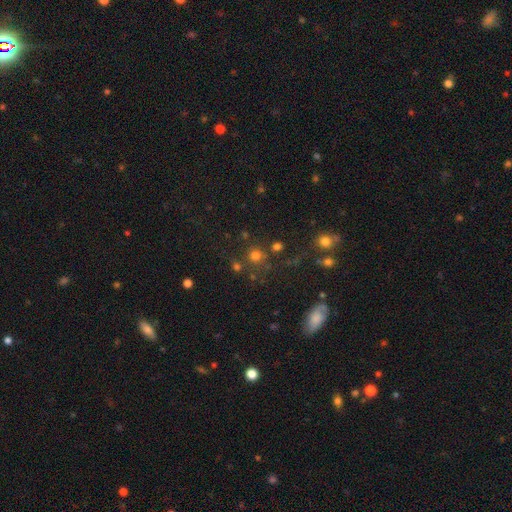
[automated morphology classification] A smooth galaxy with no disk features (71%) that is round (91%). Merging: none (75%).